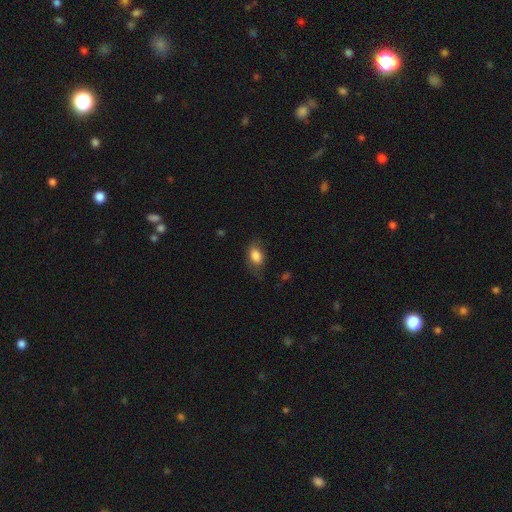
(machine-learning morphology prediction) This is clearly a smooth galaxy (82%). How rounded: clearly in between (84%). Merging: likely none (66%).